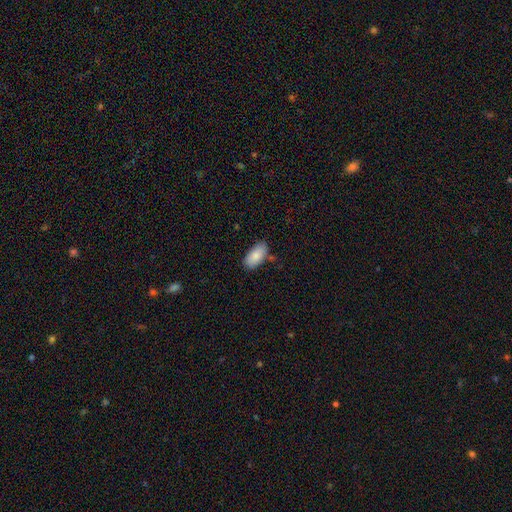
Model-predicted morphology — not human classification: Overall: smooth (85%). How rounded: in between (94%). Merging: none (76%).